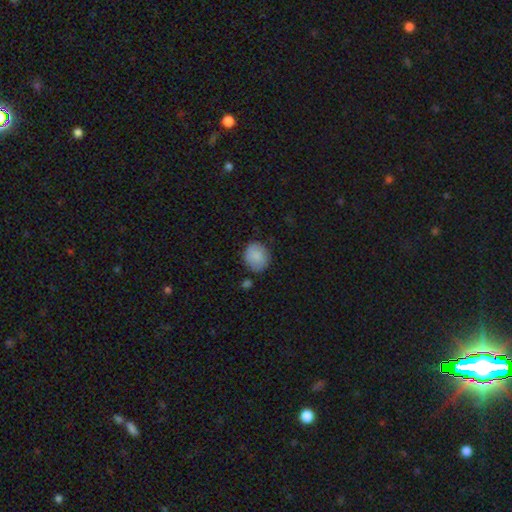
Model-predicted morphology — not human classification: Smooth or featured? smooth (86%)
How rounded? round (71%)
Merging? none (75%)